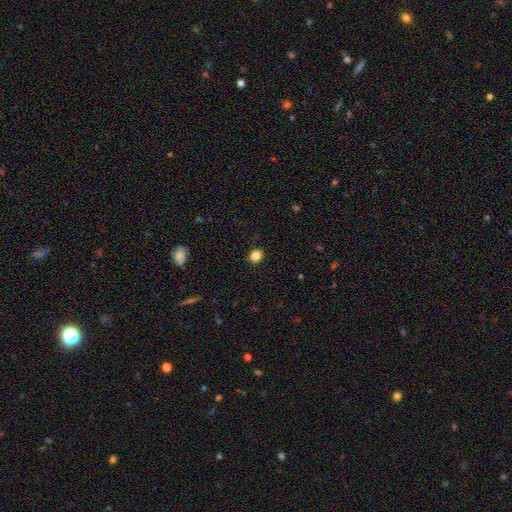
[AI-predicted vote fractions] Smooth or featured? smooth (85%)
How rounded? round (66%)
Merging? none (91%)